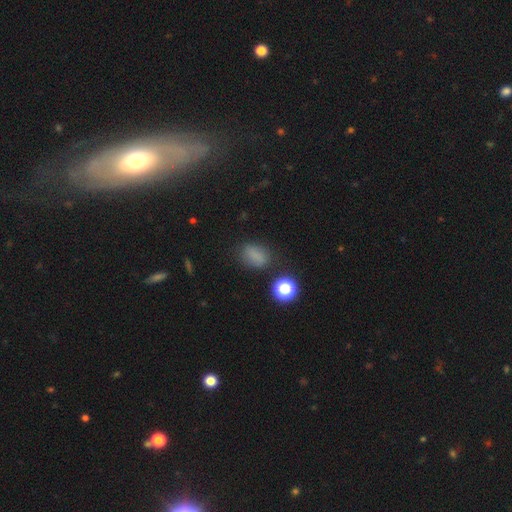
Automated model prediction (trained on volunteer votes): Smooth or featured?
  - smooth: 75% *
  - star or artifact: 17%
  - featured or disk: 7%
How rounded?
  - in between: 72% *
  - round: 26%
  - cigar-shaped: 2%
Merging?
  - none: 73% *
  - minor disturbance: 17%
  - major disturbance: 6%
  - merger: 4%